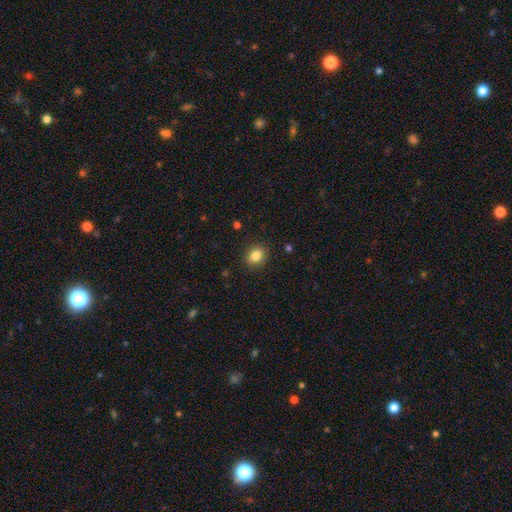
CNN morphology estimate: smooth-or-featured: smooth: 84% | star or artifact: 10% | featured or disk: 6%
  how-rounded: round: 58% | in between: 41% | cigar-shaped: 1%
  merging: none: 89% | minor disturbance: 7% | major disturbance: 2% | merger: 1%